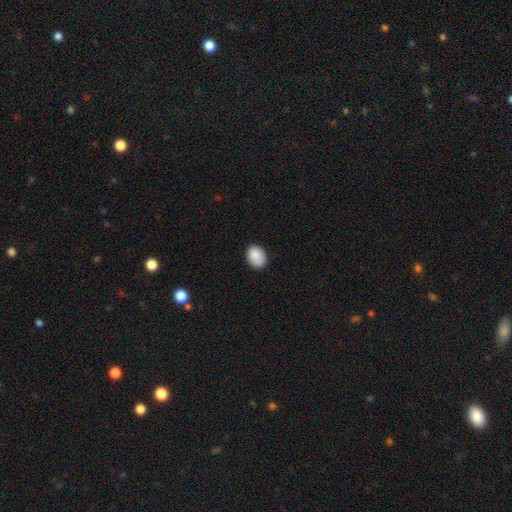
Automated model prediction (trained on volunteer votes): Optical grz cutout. It shows a smooth galaxy with no disk features (87%) that is in between round and cigar-shaped (69%). Merging: none (81%).